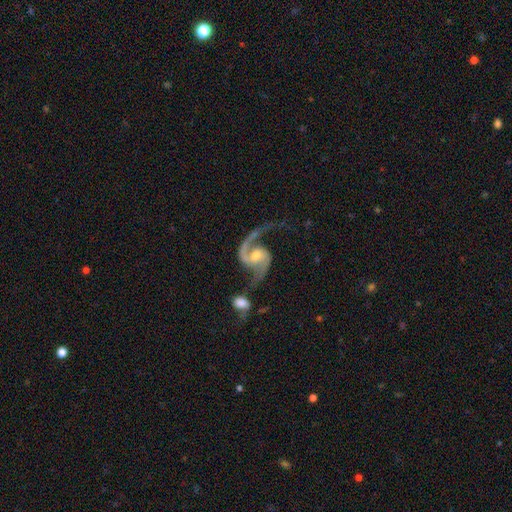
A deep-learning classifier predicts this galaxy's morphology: smooth-or-featured: featured or disk: 93% | star or artifact: 4% | smooth: 3%
  disk-edge-on: no: 98% | yes: 2%
    bar: no: 46% | weak: 40% | strong: 14%
    has-spiral-arms: yes: 98% | no: 2%
      spiral-winding: loose: 48% | medium: 45% | tight: 8%
      spiral-arm-count: 2: 92% | 1: 4% | can't tell: 1% | 3: 1% | 4: 1% | more than 4: 1%
    bulge-size: moderate: 58% | small: 32% | large: 5% | none: 3% | dominant: 1%
  merging: none: 51% | merger: 19% | minor disturbance: 16% | major disturbance: 15%